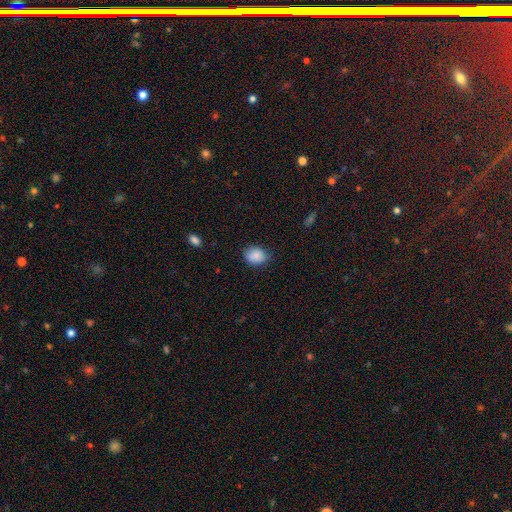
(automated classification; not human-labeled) Smooth or featured? smooth (87%)
How rounded? in between (51%)
Merging? none (70%)